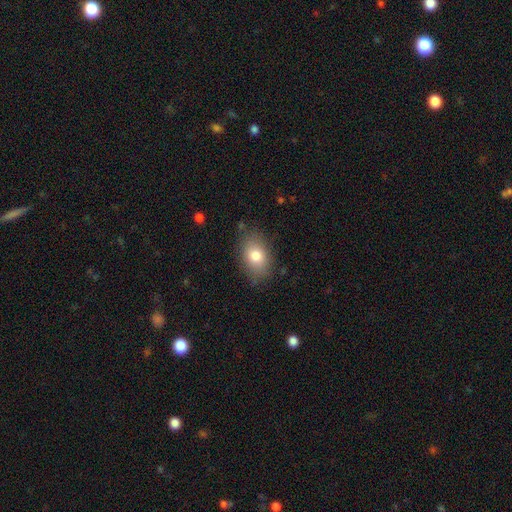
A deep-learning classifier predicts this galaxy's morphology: A smooth galaxy with no disk features (79%) that is in between round and cigar-shaped (81%). Merging: none (81%).